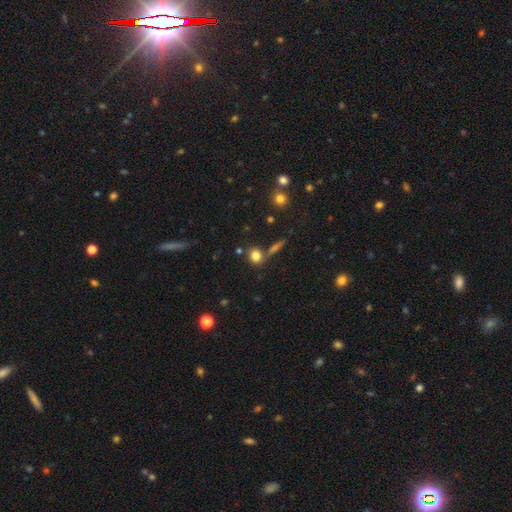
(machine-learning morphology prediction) This is likely a smooth galaxy (79%). How rounded: likely round (71%). Merging: likely none (70%).